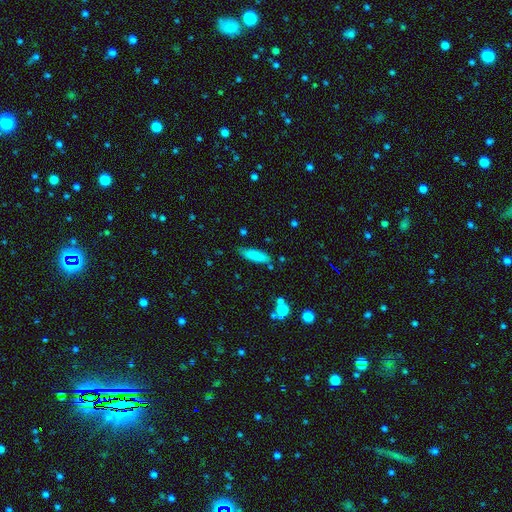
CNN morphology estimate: A smooth galaxy with no disk features (84%) that is cigar-shaped (56%).

Vote fractions:
- Smooth or featured? smooth: 84% / featured or disk: 8% / star or artifact: 8%
- How rounded? cigar-shaped: 56% / in between: 42% / round: 2%
- Merging? none: 76% / minor disturbance: 18% / major disturbance: 3% / merger: 3%